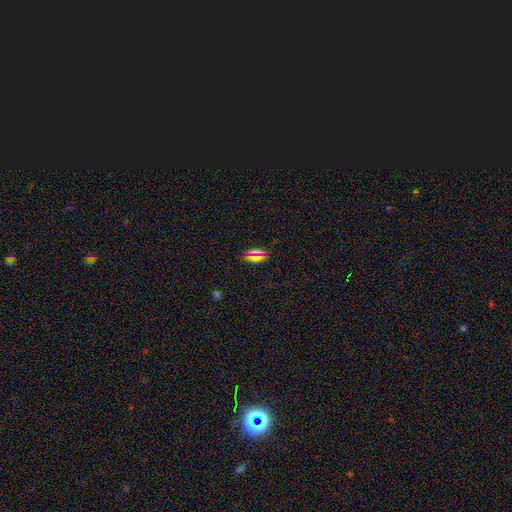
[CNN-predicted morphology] Overall: smooth (61%; star or artifact 29%). How rounded: in between (79%). Merging: none (82%).